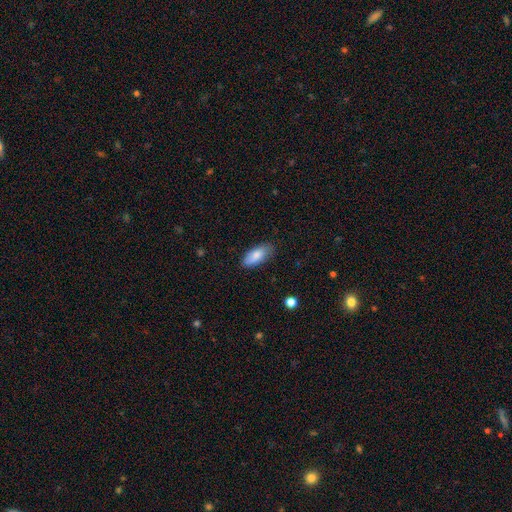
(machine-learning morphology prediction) Overall: smooth (83%). How rounded: in between (85%). Merging: none (79%).